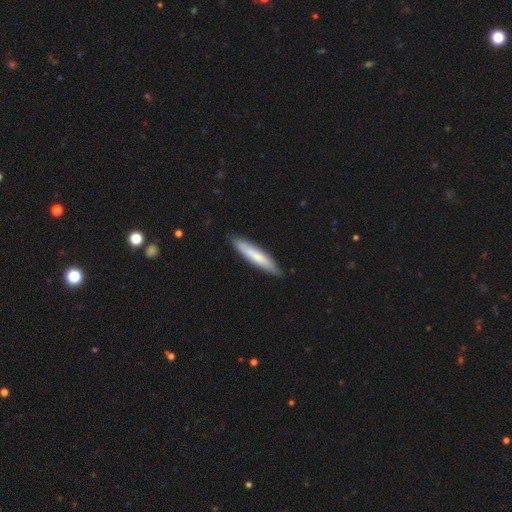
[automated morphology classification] Smooth or featured: smooth — 70% (featured or disk — 25%)
How rounded: cigar-shaped — 89% (in between — 10%)
Merging: none — 85% (minor disturbance — 12%)